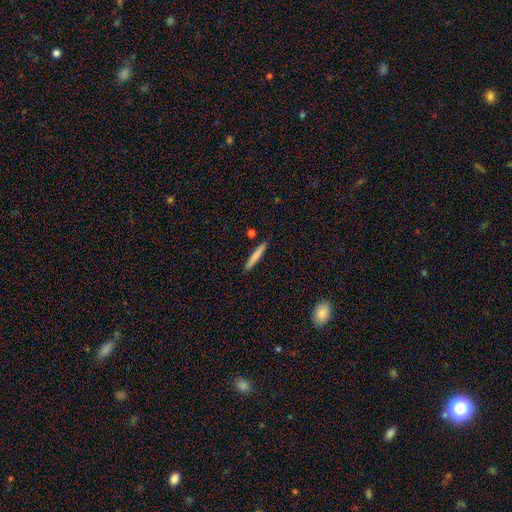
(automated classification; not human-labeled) smooth-or-featured: smooth: 77% | featured or disk: 17% | star or artifact: 6%
  how-rounded: cigar-shaped: 95% | in between: 4% | round: 1%
  merging: none: 88% | minor disturbance: 8% | merger: 2% | major disturbance: 2%